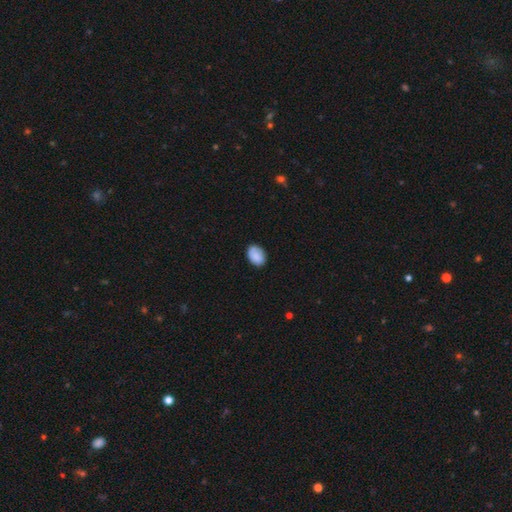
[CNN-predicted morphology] Smooth or featured? Predicted: smooth (p=0.85). How rounded? Predicted: in between (p=0.79). Merging? Predicted: none (p=0.77).